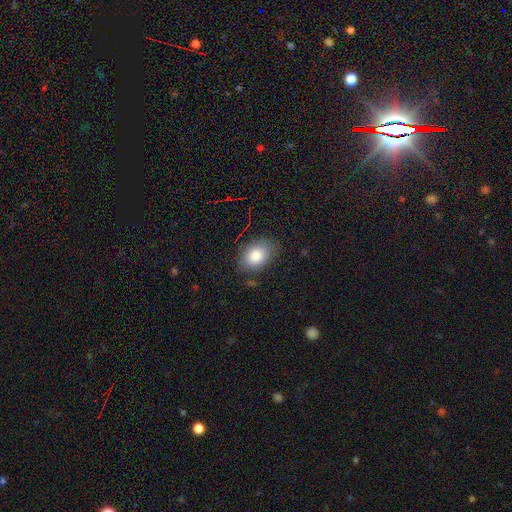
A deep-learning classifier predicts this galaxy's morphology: Smooth or featured: smooth — 83% (star or artifact — 8%)
How rounded: in between — 78% (round — 21%)
Merging: none — 80% (minor disturbance — 15%)